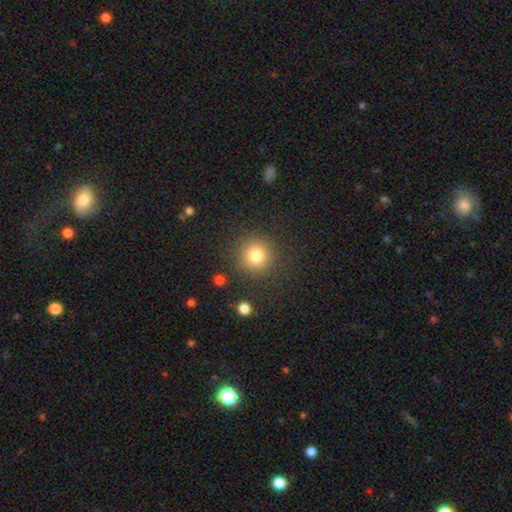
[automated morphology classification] smooth-or-featured: smooth: 79% | star or artifact: 13% | featured or disk: 8%
  how-rounded: round: 94% | in between: 5% | cigar-shaped: 1%
  merging: none: 88% | minor disturbance: 7% | major disturbance: 3% | merger: 2%